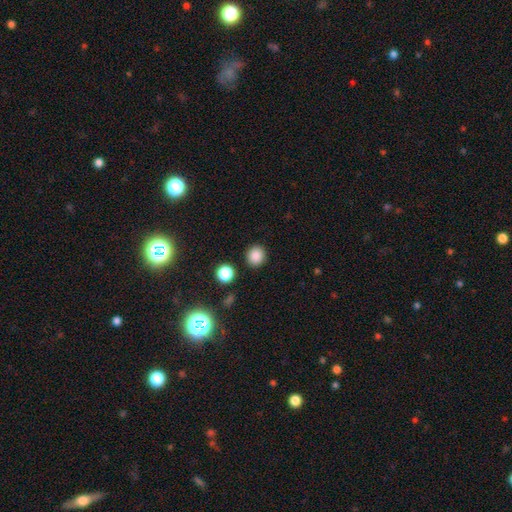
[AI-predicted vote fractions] Smooth or featured? Predicted: smooth (p=0.85). How rounded? Predicted: round (p=0.88). Merging? Predicted: none (p=0.89).